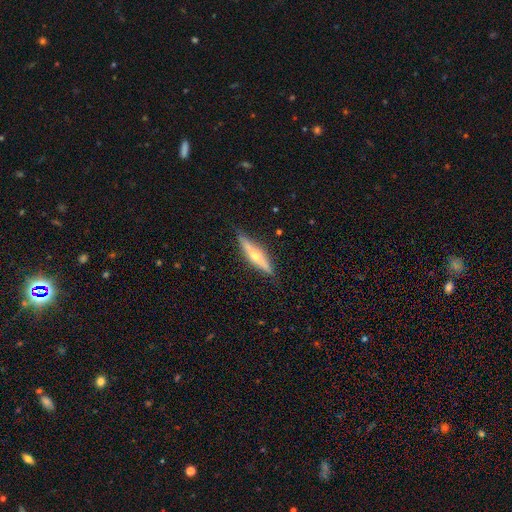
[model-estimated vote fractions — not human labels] The model was most divided on "smooth or featured": featured or disk: 68%, smooth: 26%, star or artifact: 6%. More confident: edge-on disk — yes (95%); edge-on bulge — rounded (90%); merging — none (86%).